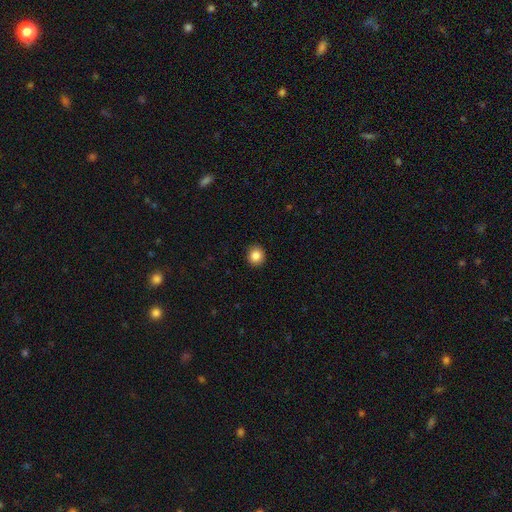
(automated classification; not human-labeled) smooth-or-featured: smooth: 86% | star or artifact: 9% | featured or disk: 5%
  how-rounded: round: 88% | in between: 11% | cigar-shaped: 1%
  merging: none: 91% | minor disturbance: 6% | major disturbance: 2% | merger: 1%